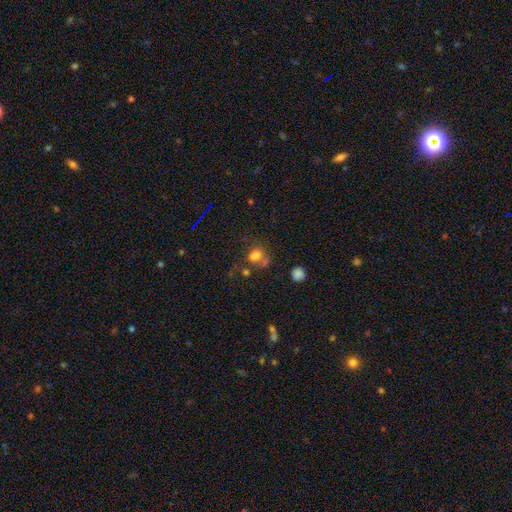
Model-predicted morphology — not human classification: type=smooth (67%); roundness=in between (54%); merging=none (39%).